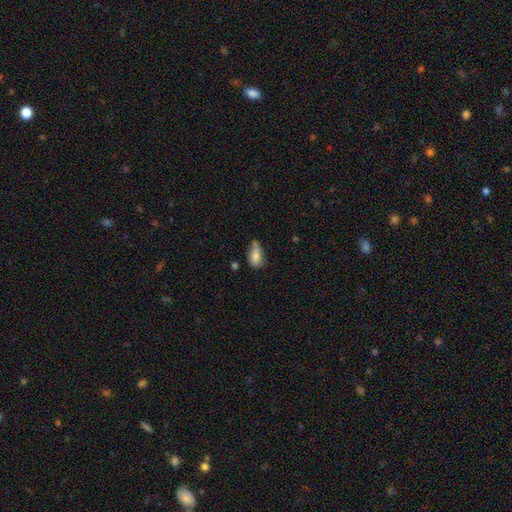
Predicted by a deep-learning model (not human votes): This appears to be a smooth galaxy with no disk features (79%) that is in between round and cigar-shaped (87%). Merging: minor disturbance (40%, tied with none).